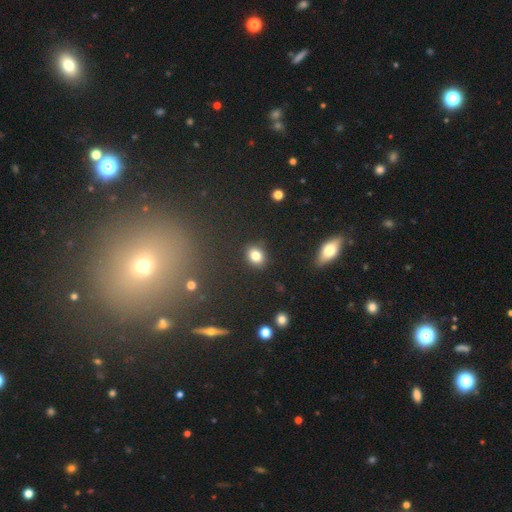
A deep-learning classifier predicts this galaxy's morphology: Q: Smooth or featured?
A: smooth (82%); runner-up: star or artifact (11%)
Q: How rounded?
A: round (54%); runner-up: in between (45%)
Q: Merging?
A: none (87%); runner-up: minor disturbance (9%)